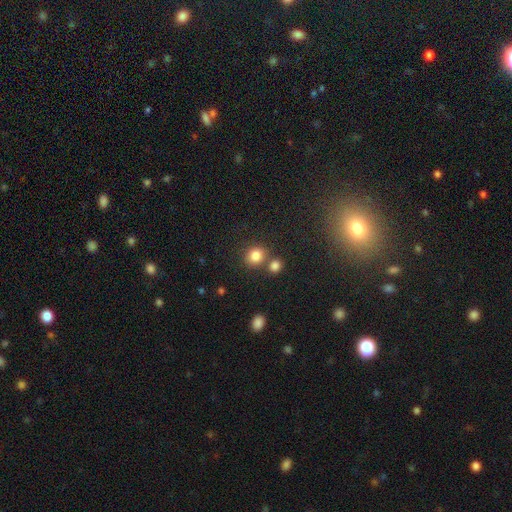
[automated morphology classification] A smooth galaxy with no disk features (82%) that is round (77%). Merging: none (65%).